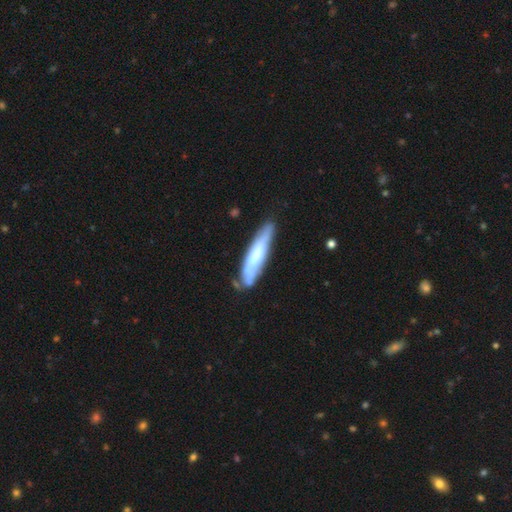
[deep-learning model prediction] Q: Smooth or featured?
A: smooth (50%); runner-up: featured or disk (44%)
Q: How rounded?
A: cigar-shaped (80%); runner-up: in between (19%)
Q: Merging?
A: none (66%); runner-up: minor disturbance (24%)